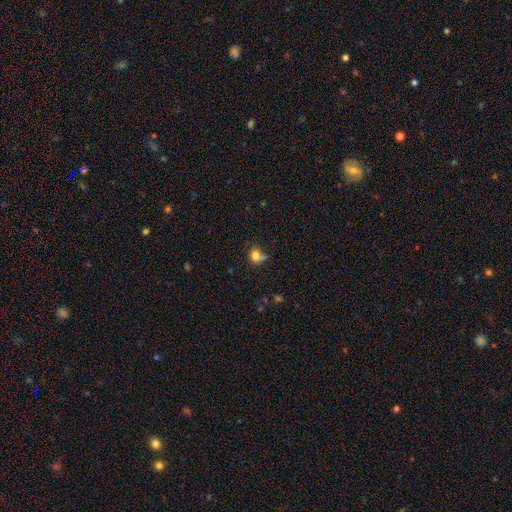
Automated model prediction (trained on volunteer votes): Smooth or featured? Predicted: smooth (p=0.77). How rounded? Predicted: round (p=0.68). Merging? Predicted: none (p=0.41).